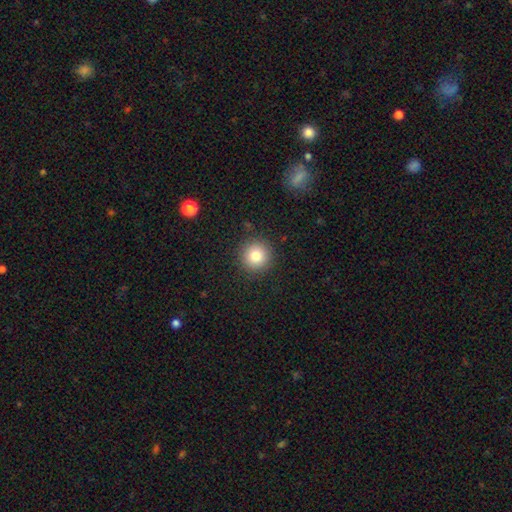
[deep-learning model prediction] Morphology: type=smooth (80%); roundness=round (95%); merging=none (90%).